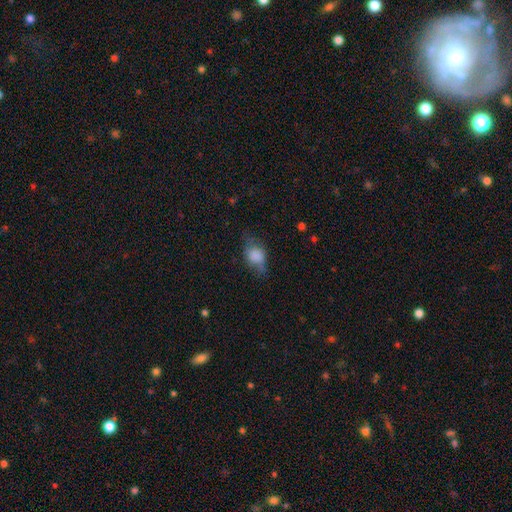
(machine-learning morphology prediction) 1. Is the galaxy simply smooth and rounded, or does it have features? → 75% smooth, 16% featured or disk, 9% star or artifact.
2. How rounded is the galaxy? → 57% in between, 41% round, 2% cigar-shaped.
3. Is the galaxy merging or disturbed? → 46% none, 33% minor disturbance, 18% major disturbance, 3% merger.